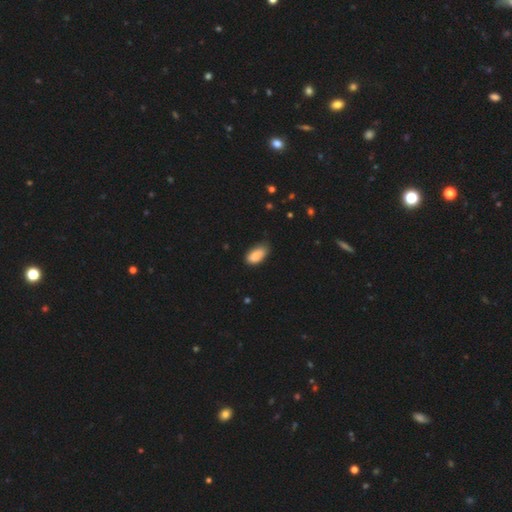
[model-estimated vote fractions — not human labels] Smooth or featured: smooth — 84% (featured or disk — 9%)
How rounded: in between — 93% (round — 4%)
Merging: none — 58% (minor disturbance — 35%)